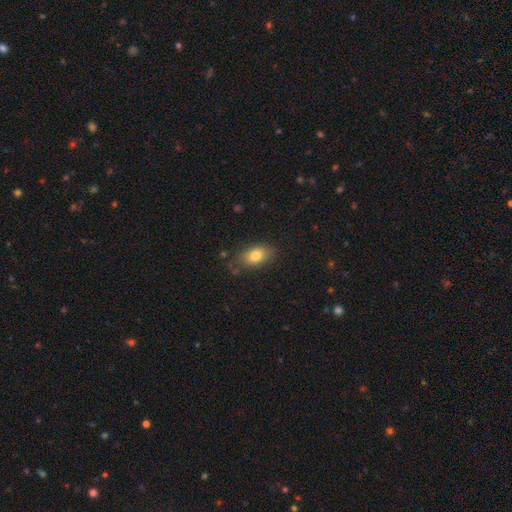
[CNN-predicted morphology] Smooth or featured? smooth (80%)
How rounded? in between (87%)
Merging? none (76%)